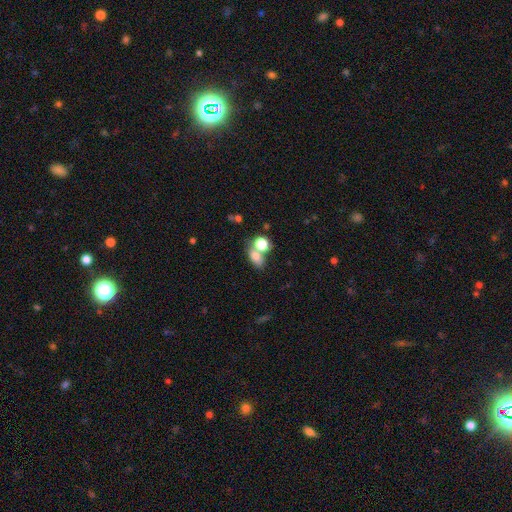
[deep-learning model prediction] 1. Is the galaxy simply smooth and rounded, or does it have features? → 76% smooth, 13% star or artifact, 11% featured or disk.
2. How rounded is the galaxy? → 67% in between, 30% round, 3% cigar-shaped.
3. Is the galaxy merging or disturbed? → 43% none, 41% merger, 10% minor disturbance, 5% major disturbance.